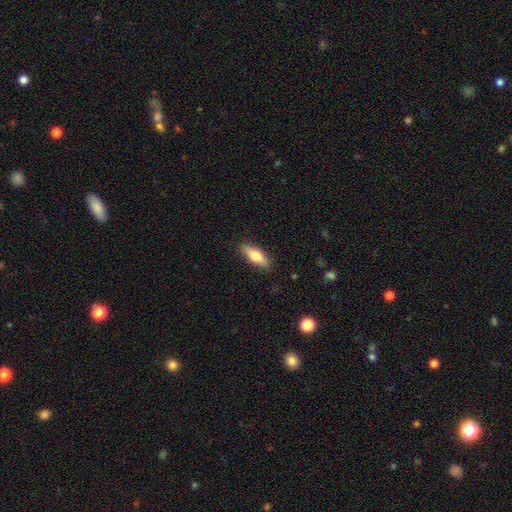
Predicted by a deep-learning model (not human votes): smooth_or_featured: smooth (p=0.72) [alt: featured or disk p=0.22]
how_rounded: in between (p=0.61) [alt: cigar-shaped p=0.36]
merging: none (p=0.88) [alt: minor disturbance p=0.09]